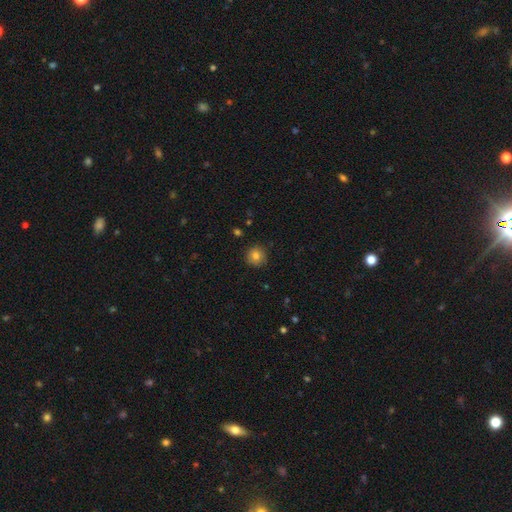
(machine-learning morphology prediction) This appears to be a smooth galaxy with no disk features (81%) that is round (94%). Merging: none (88%).